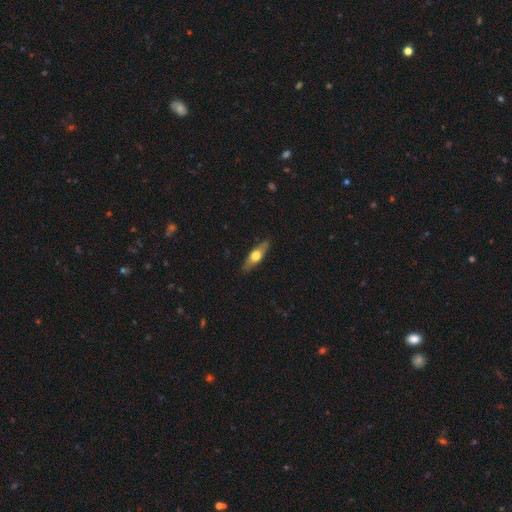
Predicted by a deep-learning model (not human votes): Smooth or featured?
  - featured or disk: 48% *
  - smooth: 47%
  - star or artifact: 5%
Merging?
  - none: 87% *
  - minor disturbance: 10%
  - major disturbance: 2%
  - merger: 1%